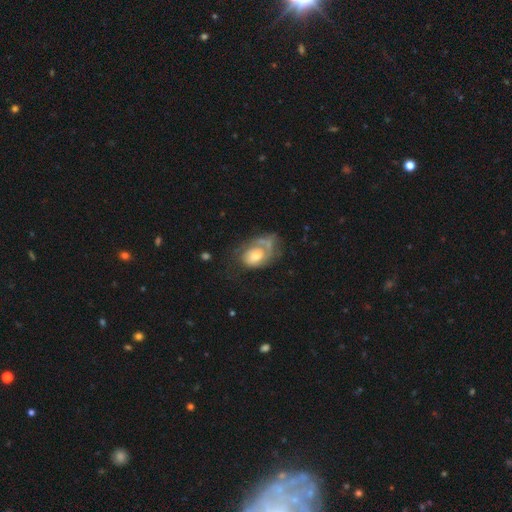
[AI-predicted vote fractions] Smooth or featured: featured or disk — 73% (smooth — 21%)
Edge-on disk: no — 97% (yes — 3%)
Bar: no — 73% (weak — 23%)
Spiral arms: yes — 84% (no — 16%)
Spiral winding: tight — 54% (medium — 30%)
Spiral arm count: 1 — 65% (can't tell — 15%)
Bulge size: moderate — 61% (small — 24%)
Merging: none — 47% (major disturbance — 27%)